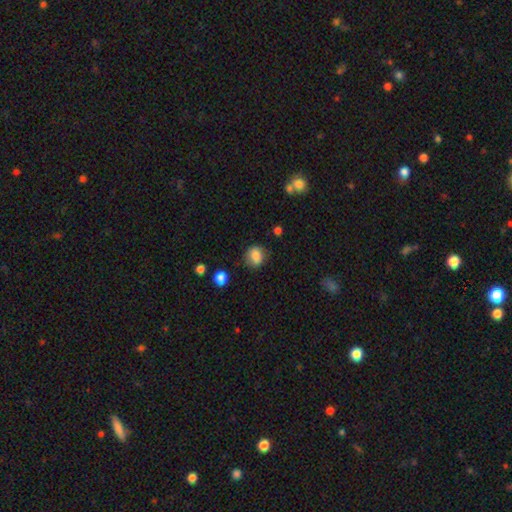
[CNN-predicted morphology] smooth_or_featured: smooth (p=0.83) [alt: star or artifact p=0.09]
how_rounded: round (p=0.58) [alt: in between p=0.41]
merging: none (p=0.76) [alt: minor disturbance p=0.17]